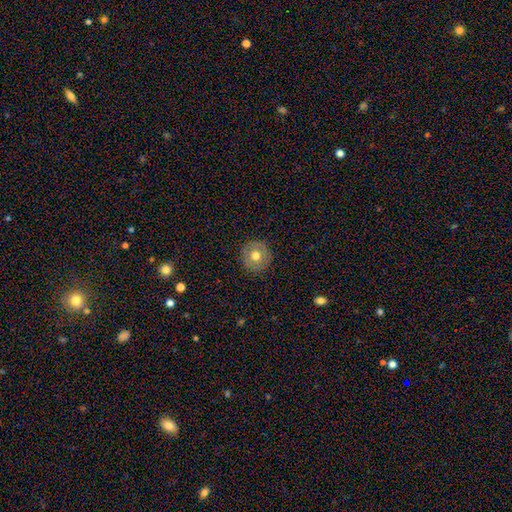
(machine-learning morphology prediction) smooth 67%, featured or disk 24%, star or artifact 9%. Down the decision tree: how rounded — round (94%); merging — none (90%).